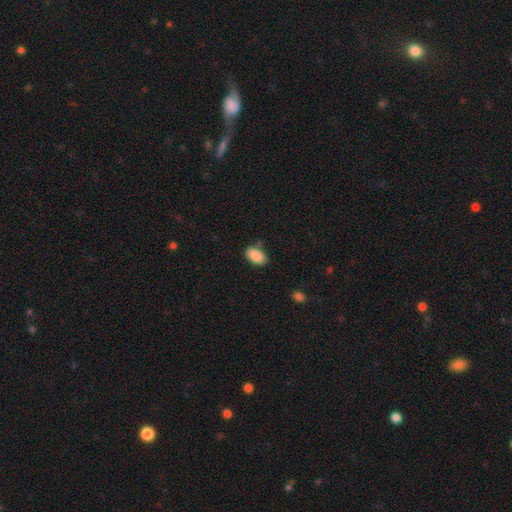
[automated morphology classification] smooth-or-featured: smooth: 89% | star or artifact: 7% | featured or disk: 4%
  how-rounded: in between: 93% | round: 6% | cigar-shaped: 1%
  merging: none: 74% | minor disturbance: 18% | merger: 5% | major disturbance: 4%